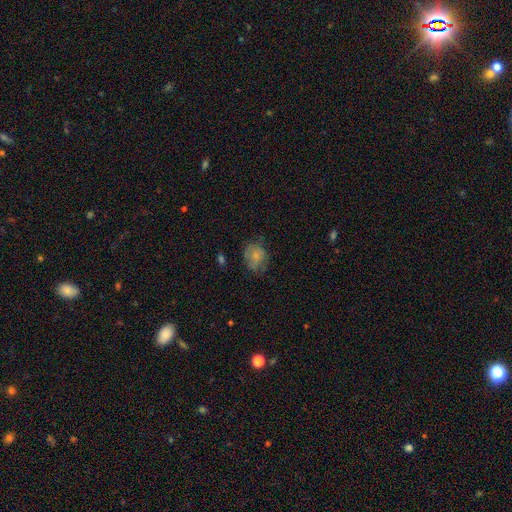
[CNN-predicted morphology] A smooth galaxy with no disk features (70%) that is round (53%). Merging: none (54%).